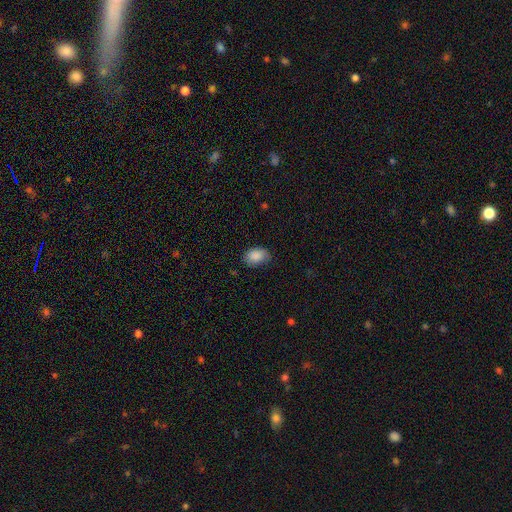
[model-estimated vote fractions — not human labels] The model was most divided on "merging": none: 73%, minor disturbance: 22%, major disturbance: 4%, merger: 1%. More confident: smooth or featured — smooth (88%); how rounded — in between (85%).